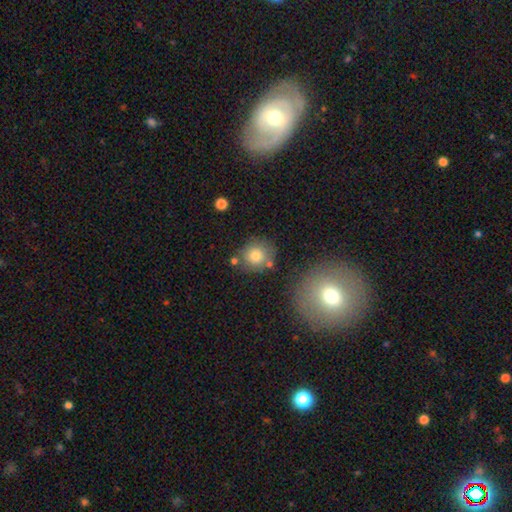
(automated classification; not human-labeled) Morphology: type=smooth (78%); roundness=round (88%); merging=none (71%).